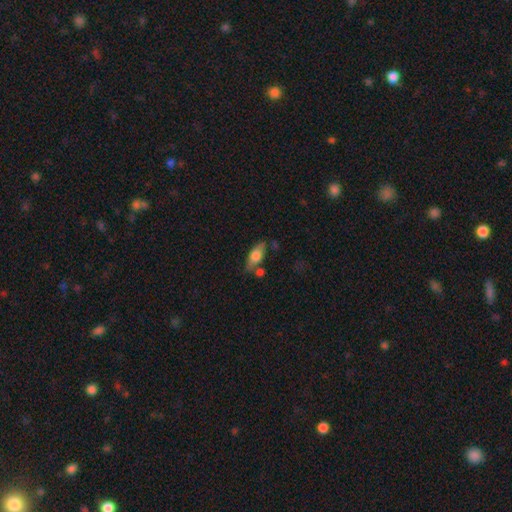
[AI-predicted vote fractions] Morphology: type=smooth (65%); roundness=in between (77%); merging=none (66%).